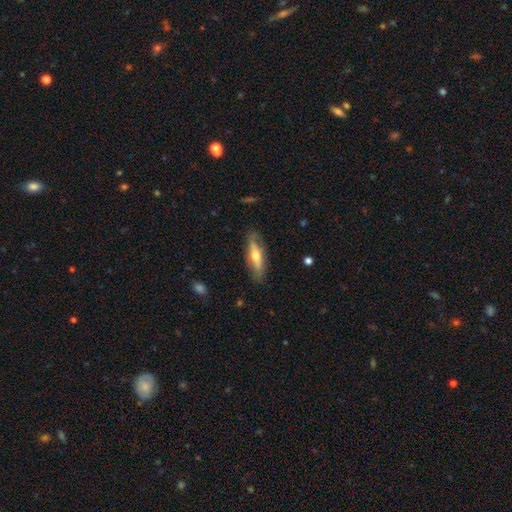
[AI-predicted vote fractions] smooth_or_featured: featured or disk (p=0.50) [alt: smooth p=0.44]
merging: none (p=0.78) [alt: minor disturbance p=0.16]